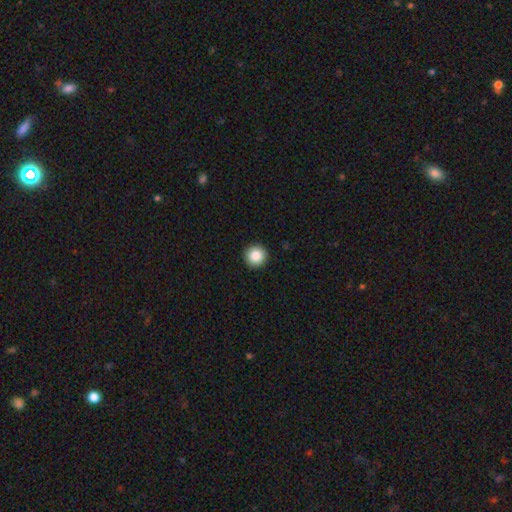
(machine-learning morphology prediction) This appears to be a smooth galaxy with no disk features (87%) that is round (96%). Merging: none (93%).